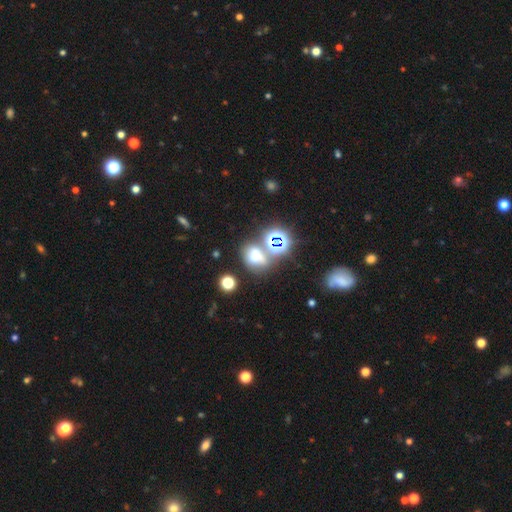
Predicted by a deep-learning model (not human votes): Smooth or featured: smooth — 49% (star or artifact — 35%)
Merging: none — 52% (merger — 25%)